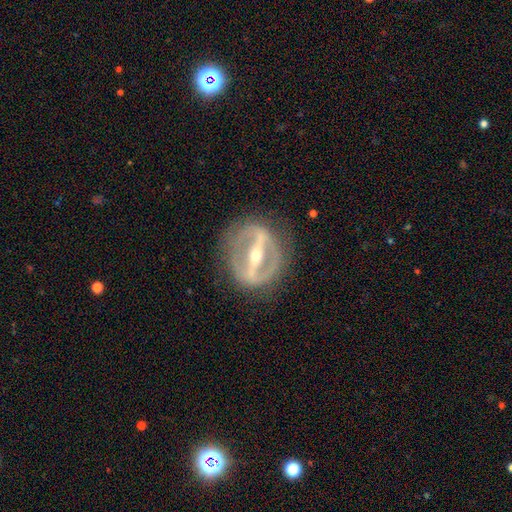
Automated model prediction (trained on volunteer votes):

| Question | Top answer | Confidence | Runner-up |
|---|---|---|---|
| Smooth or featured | featured or disk | 88% | smooth (7%) |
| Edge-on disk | no | 82% | yes (18%) |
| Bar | strong | 89% | weak (8%) |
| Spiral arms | no | 58% | yes (42%) |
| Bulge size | moderate | 52% | small (44%) |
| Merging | none | 82% | minor disturbance (10%) |